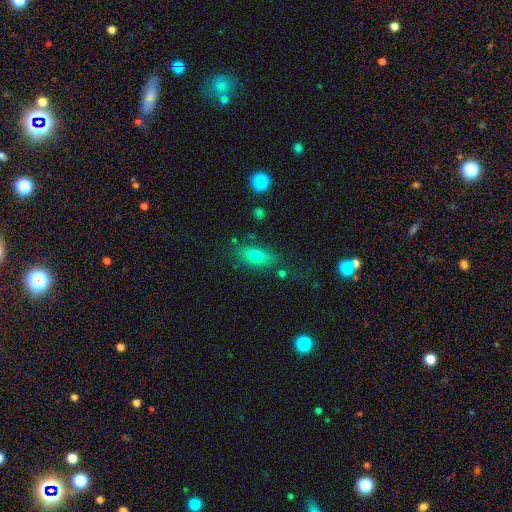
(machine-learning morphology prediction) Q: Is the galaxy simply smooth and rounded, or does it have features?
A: smooth — 74%.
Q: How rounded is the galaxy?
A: in between — 79%.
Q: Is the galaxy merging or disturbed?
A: none — 72%.